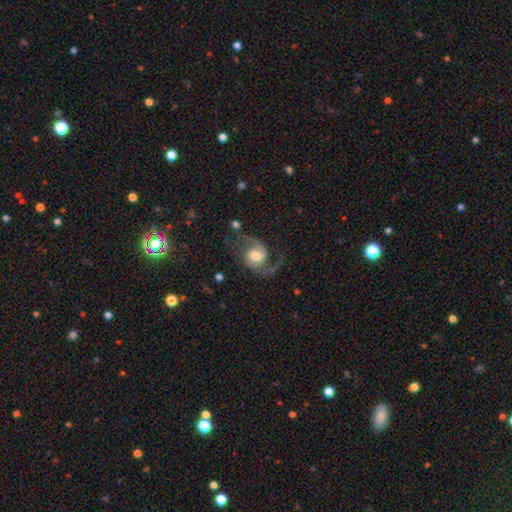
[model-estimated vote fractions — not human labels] Smooth or featured?
  - featured or disk: 85% *
  - smooth: 9%
  - star or artifact: 6%
Edge-on disk?
  - no: 98% *
  - yes: 2%
Bar?
  - no: 54% *
  - weak: 38%
  - strong: 9%
Spiral arms?
  - yes: 97% *
  - no: 3%
Spiral winding?
  - loose: 46% *
  - medium: 45%
  - tight: 10%
Spiral arm count?
  - 2: 89% *
  - 1: 6%
  - can't tell: 2%
  - 3: 1%
  - 4: 1%
  - more than 4: 1%
Bulge size?
  - moderate: 54% *
  - large: 30%
  - small: 9%
  - dominant: 3%
  - none: 3%
Merging?
  - none: 64% *
  - minor disturbance: 17%
  - major disturbance: 16%
  - merger: 3%